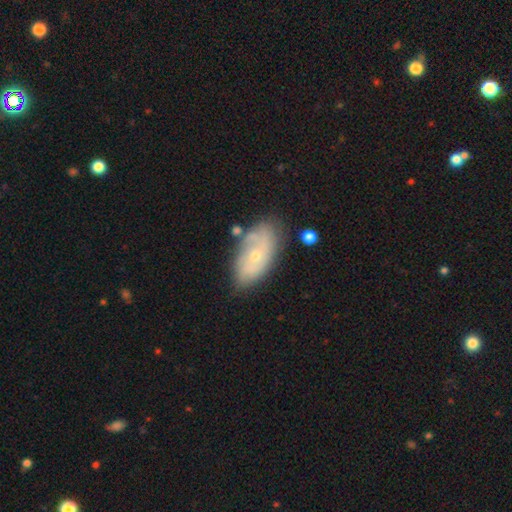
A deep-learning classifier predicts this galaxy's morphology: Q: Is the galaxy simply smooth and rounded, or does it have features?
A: featured or disk — 59%.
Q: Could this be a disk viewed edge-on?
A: no — 92%.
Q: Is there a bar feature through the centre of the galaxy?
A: no — 81%.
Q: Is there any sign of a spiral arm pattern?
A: yes — 66%.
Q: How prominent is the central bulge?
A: small — 64%.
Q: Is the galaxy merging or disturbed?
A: none — 65%.